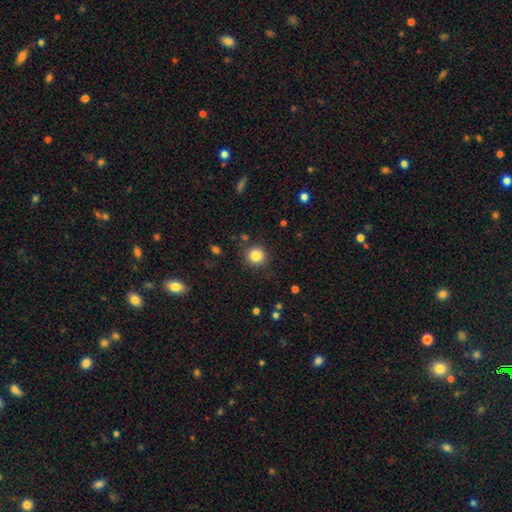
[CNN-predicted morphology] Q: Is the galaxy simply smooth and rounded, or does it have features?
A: smooth — 84%.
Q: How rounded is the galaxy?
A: round — 92%.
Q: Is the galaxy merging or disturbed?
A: none — 87%.